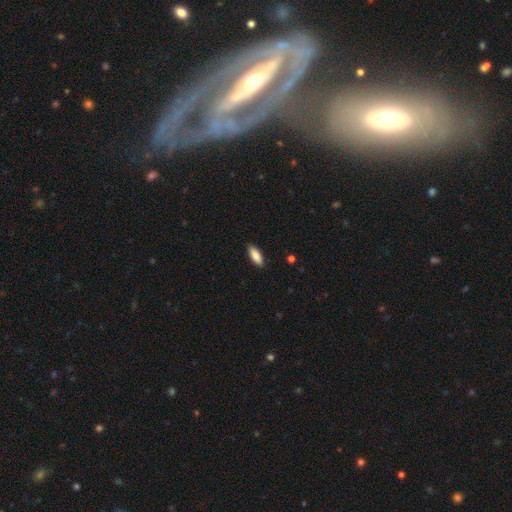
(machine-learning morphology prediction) smooth 86%, featured or disk 8%, star or artifact 6%. Down the decision tree: how rounded — in between (75%); merging — none (89%).